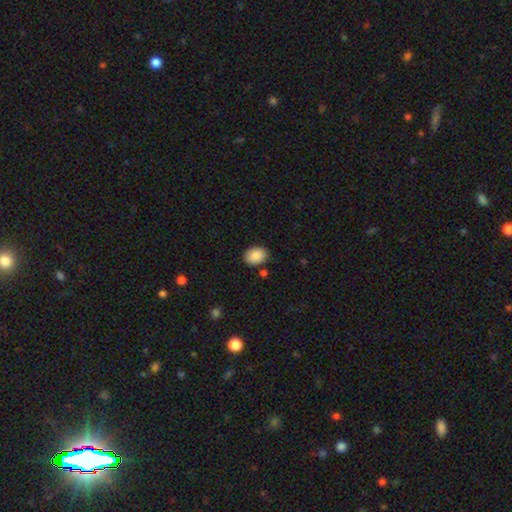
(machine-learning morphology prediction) smooth-or-featured: smooth: 89% | star or artifact: 7% | featured or disk: 4%
  how-rounded: in between: 73% | round: 26% | cigar-shaped: 1%
  merging: none: 85% | minor disturbance: 10% | merger: 3% | major disturbance: 2%